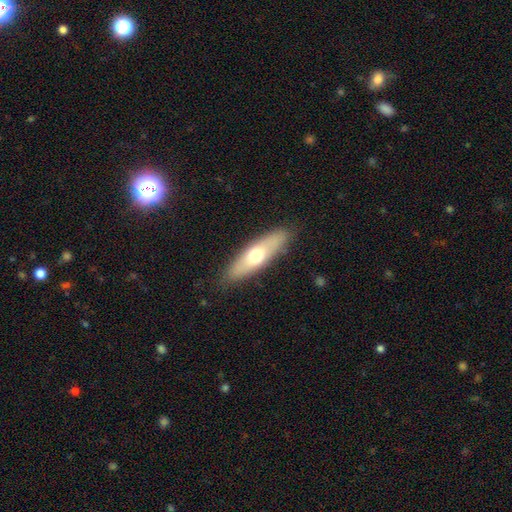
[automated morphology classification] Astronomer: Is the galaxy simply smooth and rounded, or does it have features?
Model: smooth — 60%.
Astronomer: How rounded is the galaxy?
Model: cigar-shaped — 55% (runner-up: in between, 43%).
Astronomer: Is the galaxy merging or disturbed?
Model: none — 86%.